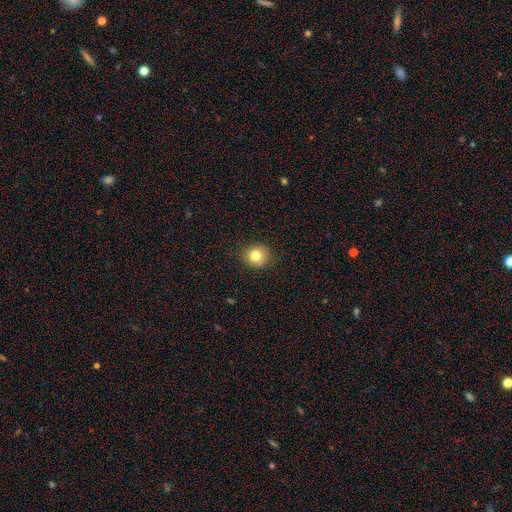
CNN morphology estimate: Smooth or featured? Predicted: smooth (p=0.80). How rounded? Predicted: round (p=0.85). Merging? Predicted: none (p=0.86).